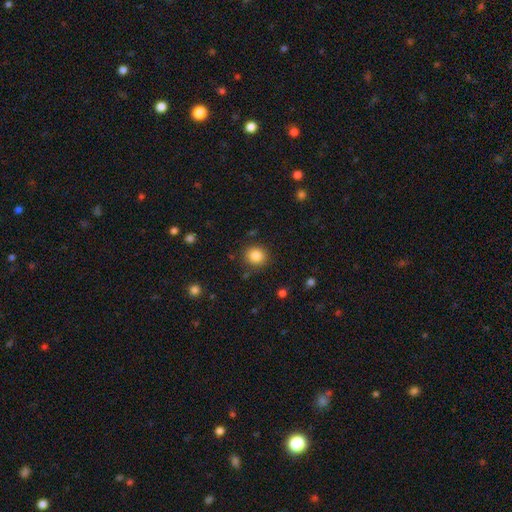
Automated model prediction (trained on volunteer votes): Smooth or featured? Predicted: smooth (p=0.84). How rounded? Predicted: round (p=0.85). Merging? Predicted: none (p=0.88).